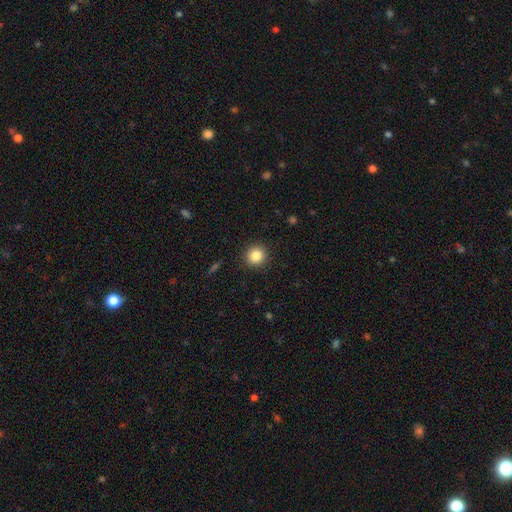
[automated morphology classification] smooth-or-featured: smooth: 84% | star or artifact: 10% | featured or disk: 6%
  how-rounded: round: 92% | in between: 7% | cigar-shaped: 1%
  merging: none: 91% | minor disturbance: 6% | major disturbance: 2% | merger: 1%